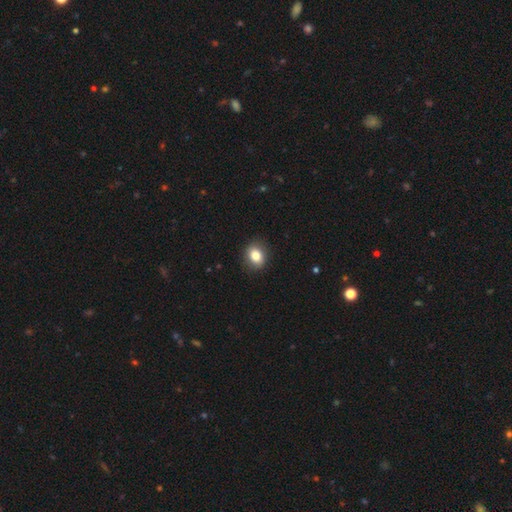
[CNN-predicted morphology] smooth_or_featured: smooth (p=0.83) [alt: star or artifact p=0.09]
how_rounded: in between (p=0.51) [alt: round p=0.48]
merging: none (p=0.88) [alt: minor disturbance p=0.09]